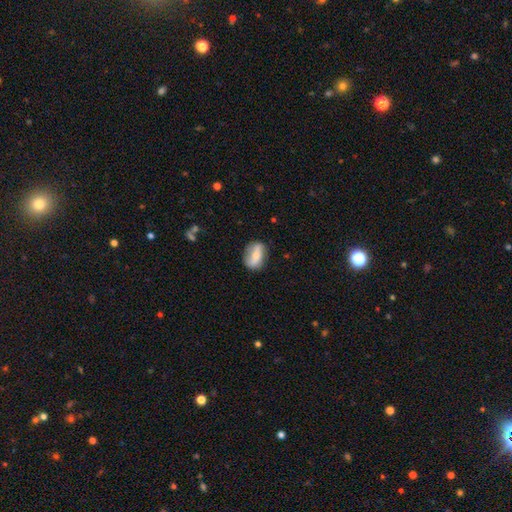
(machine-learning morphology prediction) The model was most divided on "smooth or featured": smooth: 53%, featured or disk: 40%, star or artifact: 7%. More confident: how rounded — in between (78%); merging — none (75%).